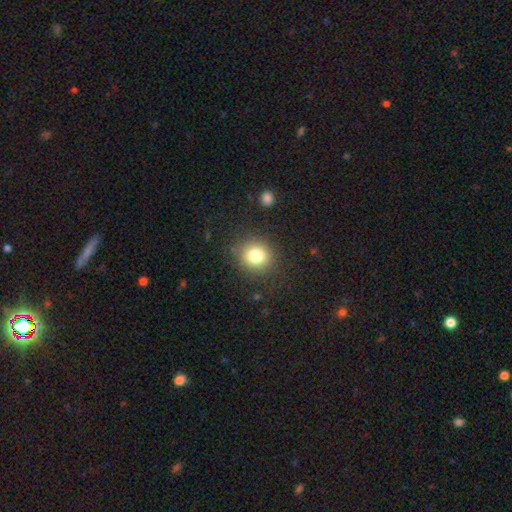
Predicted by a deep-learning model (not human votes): Overall: smooth (79%). How rounded: round (87%). Merging: none (87%).